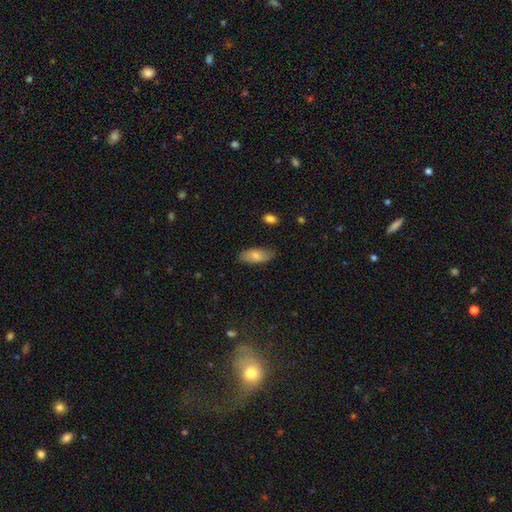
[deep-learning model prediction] smooth 78%, featured or disk 15%, star or artifact 6%. Down the decision tree: how rounded — in between (86%); merging — none (78%).